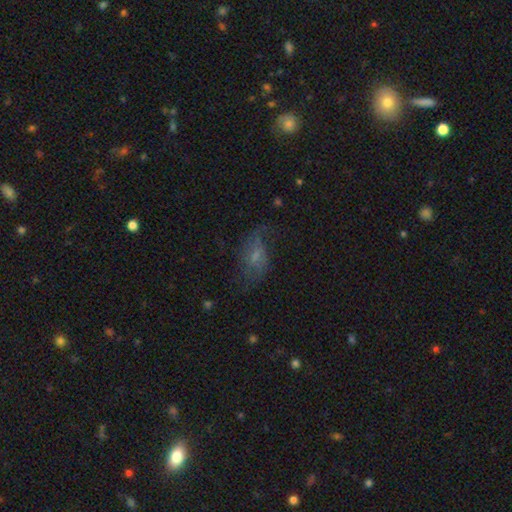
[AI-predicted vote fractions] Smooth or featured? Predicted: featured or disk (p=0.52). Edge-on disk? Predicted: no (p=0.94). Merging? Predicted: none (p=0.49).